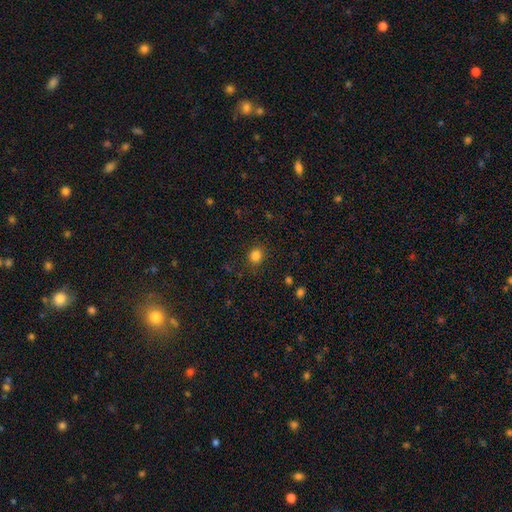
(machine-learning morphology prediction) The model was most divided on "how rounded": round: 79%, in between: 20%, cigar-shaped: 1%. More confident: merging — none (86%); smooth or featured — smooth (83%).